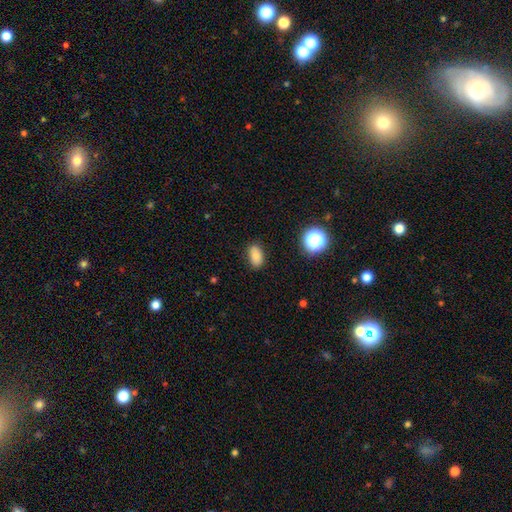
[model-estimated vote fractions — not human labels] This appears to be a smooth galaxy with no disk features (80%) that is in between round and cigar-shaped (88%). Merging: none (84%).